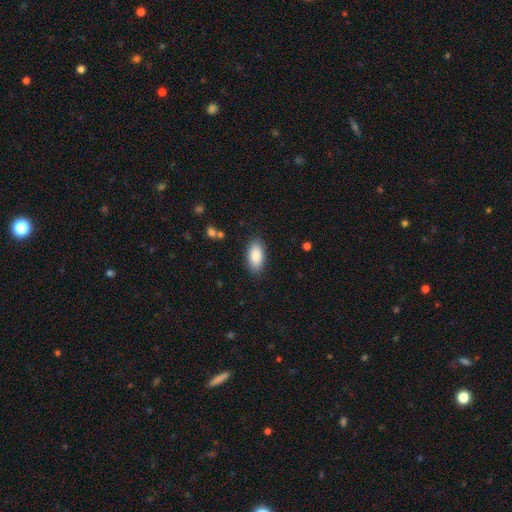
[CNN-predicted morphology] Q: Smooth or featured?
A: smooth (88%); runner-up: star or artifact (6%)
Q: How rounded?
A: in between (93%); runner-up: cigar-shaped (4%)
Q: Merging?
A: none (86%); runner-up: minor disturbance (10%)